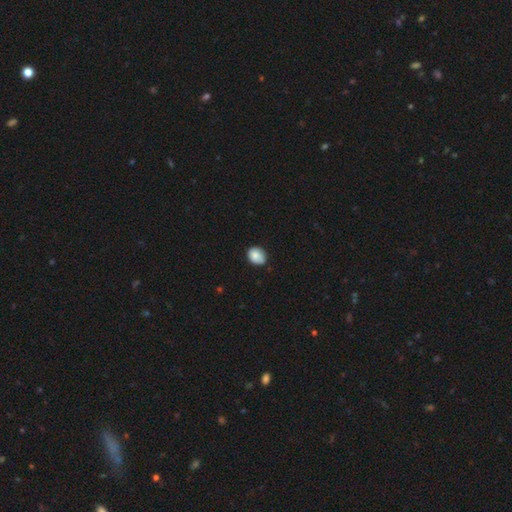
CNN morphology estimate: smooth_or_featured: smooth (p=0.83) [alt: featured or disk p=0.09]
how_rounded: round (p=0.57) [alt: in between p=0.42]
merging: none (p=0.70) [alt: minor disturbance p=0.24]